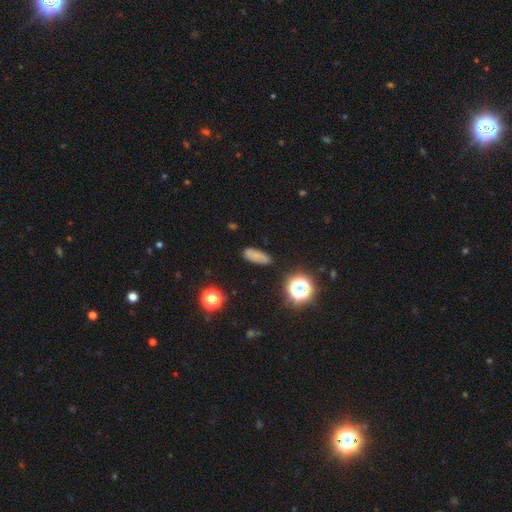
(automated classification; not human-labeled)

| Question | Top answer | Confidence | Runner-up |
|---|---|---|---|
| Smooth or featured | smooth | 70% | star or artifact (16%) |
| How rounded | in between | 71% | cigar-shaped (22%) |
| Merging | none | 74% | minor disturbance (18%) |